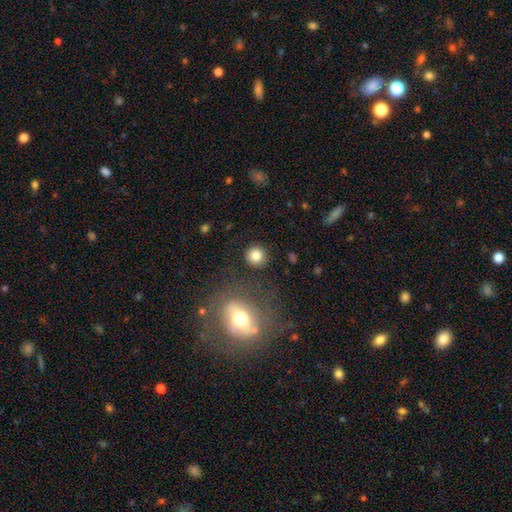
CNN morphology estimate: Smooth or featured? smooth (82%)
How rounded? round (93%)
Merging? none (88%)